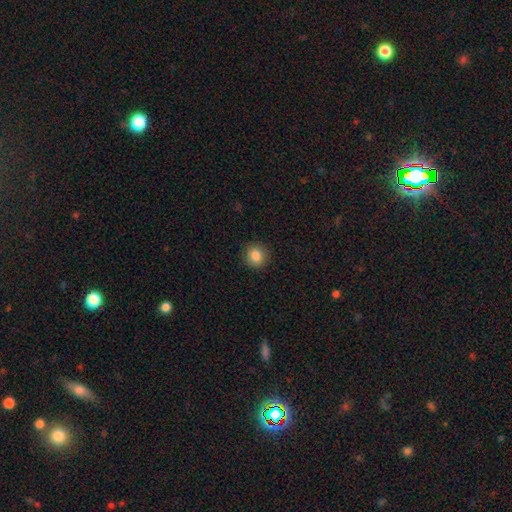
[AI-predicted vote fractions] Morphology: type=smooth (85%); roundness=round (87%); merging=none (89%).